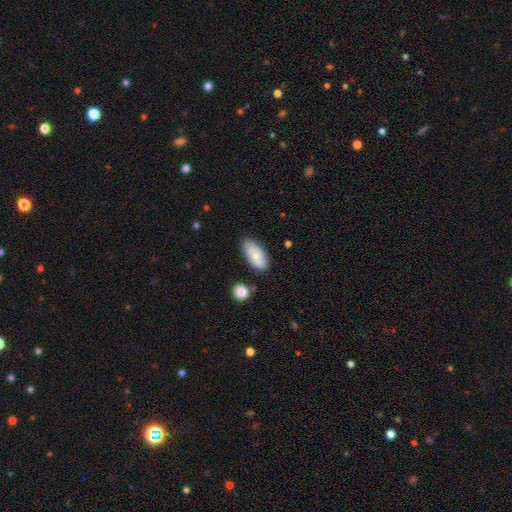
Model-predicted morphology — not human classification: The model was most divided on "smooth or featured": smooth: 70%, featured or disk: 24%, star or artifact: 6%. More confident: how rounded — in between (91%); merging — none (76%).